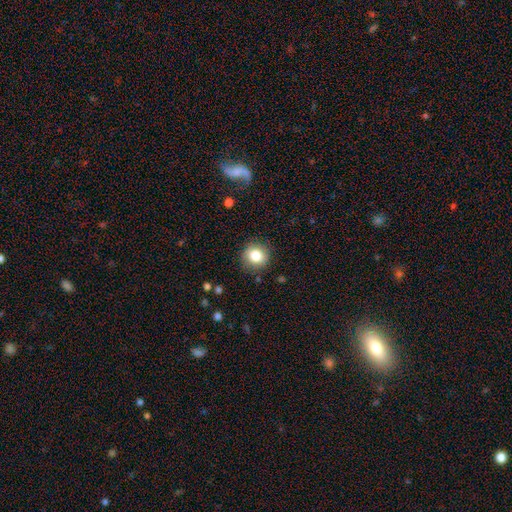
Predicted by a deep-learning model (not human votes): Smooth or featured? smooth (82%)
How rounded? round (91%)
Merging? none (88%)